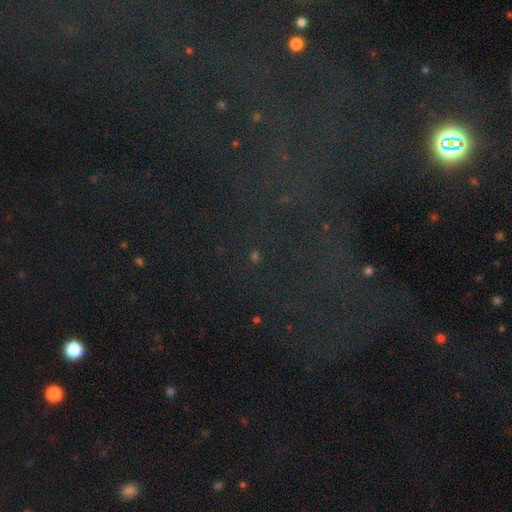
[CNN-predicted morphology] Smooth or featured: star or artifact — 76% (smooth — 14%)